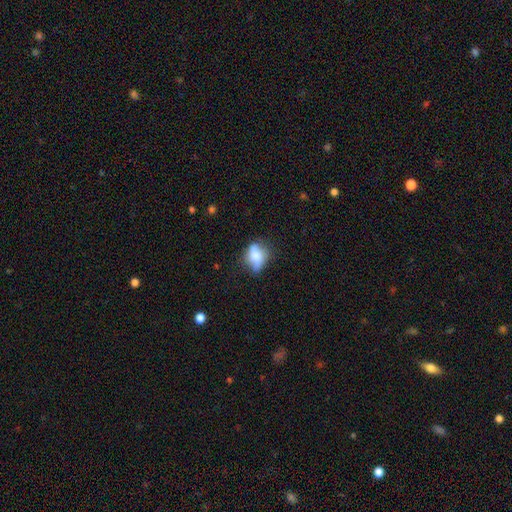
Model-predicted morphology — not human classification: Smooth or featured? smooth (58%)
How rounded? in between (66%)
Merging? none (52%)